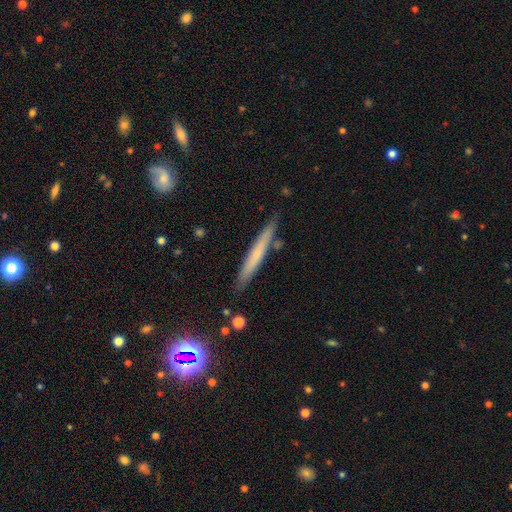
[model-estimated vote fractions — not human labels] This is possibly a smooth galaxy (58%). How rounded: clearly cigar-shaped (96%). Merging: clearly none (84%).